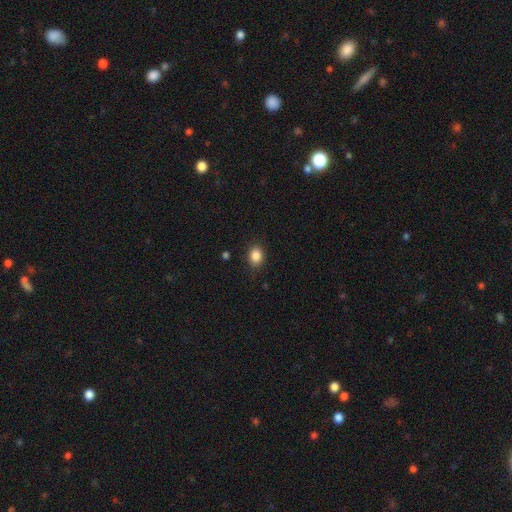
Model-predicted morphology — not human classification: Smooth or featured? smooth (86%)
How rounded? in between (52%)
Merging? none (86%)